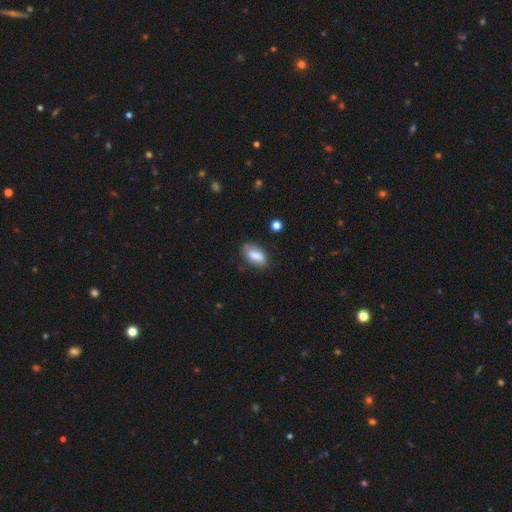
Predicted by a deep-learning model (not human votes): A smooth galaxy with no disk features (78%) that is in between round and cigar-shaped (89%). Merging: none (63%).